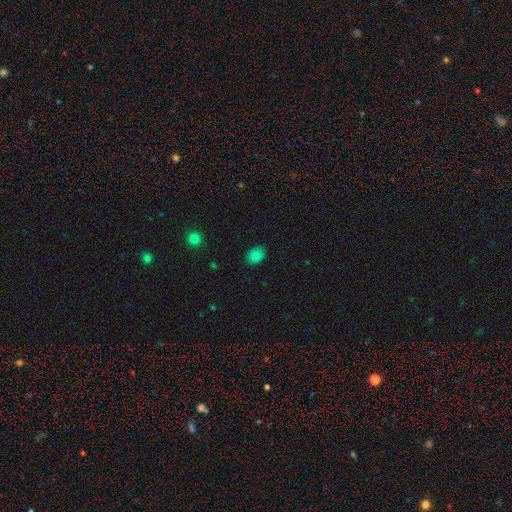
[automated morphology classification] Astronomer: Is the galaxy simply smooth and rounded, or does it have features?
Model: smooth — 81%.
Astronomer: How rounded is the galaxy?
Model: in between — 63%.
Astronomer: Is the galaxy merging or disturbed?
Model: none — 84%.